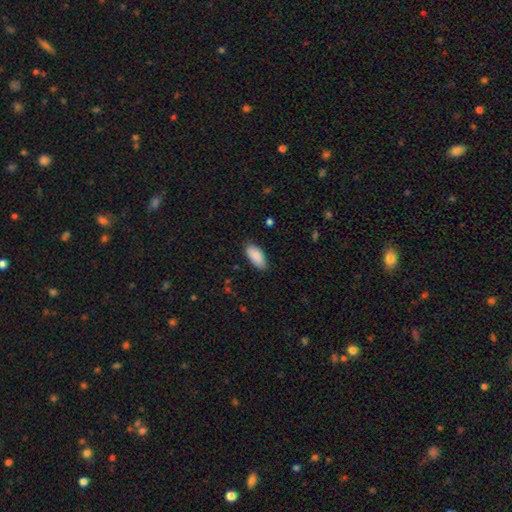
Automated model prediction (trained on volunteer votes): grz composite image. It shows a smooth galaxy with no disk features (89%) that is in between round and cigar-shaped (91%). Merging: none (84%).